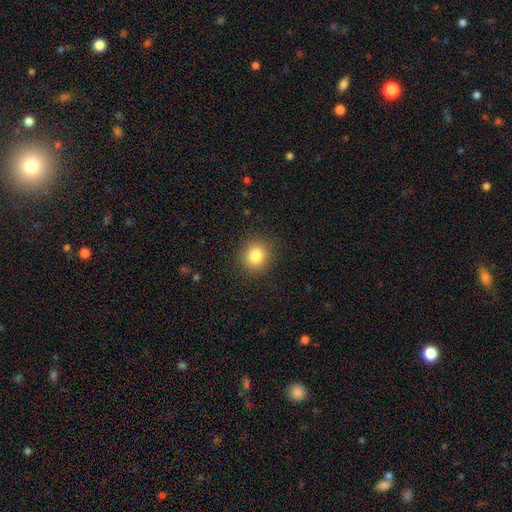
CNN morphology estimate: Smooth or featured? smooth (83%)
How rounded? round (82%)
Merging? none (90%)